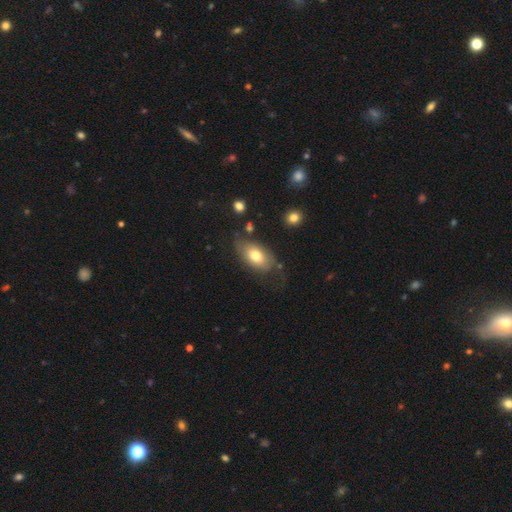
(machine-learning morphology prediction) A smooth galaxy with no disk features (71%) that is in between round and cigar-shaped (91%).

Vote fractions:
- Smooth or featured? smooth: 71% / featured or disk: 21% / star or artifact: 7%
- How rounded? in between: 91% / round: 6% / cigar-shaped: 3%
- Merging? none: 63% / minor disturbance: 23% / major disturbance: 10% / merger: 4%